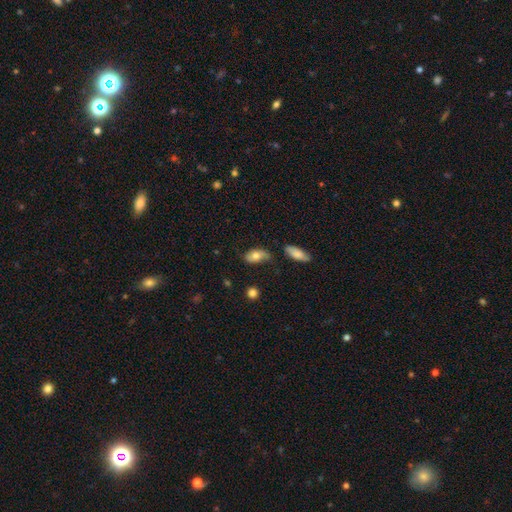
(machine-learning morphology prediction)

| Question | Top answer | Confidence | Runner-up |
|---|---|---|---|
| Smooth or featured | smooth | 69% | featured or disk (24%) |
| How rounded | in between | 89% | round (6%) |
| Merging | none | 53% | minor disturbance (31%) |